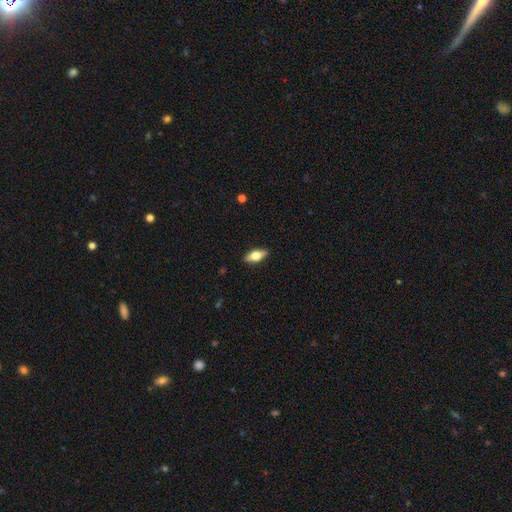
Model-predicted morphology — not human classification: This is possibly a smooth galaxy (55%). How rounded: likely in between (78%). Merging: clearly none (89%).